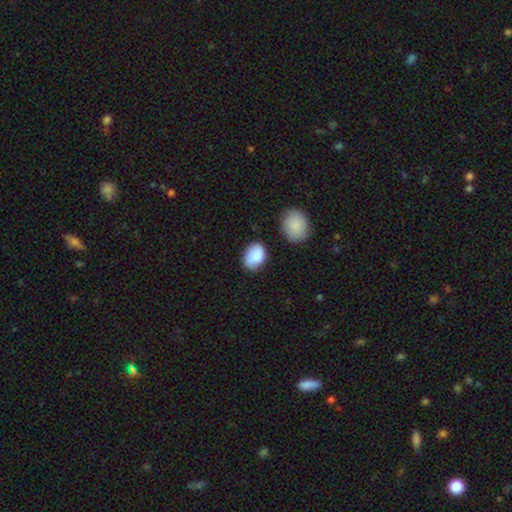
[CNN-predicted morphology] Smooth or featured?
  - smooth: 83% *
  - featured or disk: 10%
  - star or artifact: 7%
How rounded?
  - in between: 78% *
  - round: 21%
  - cigar-shaped: 1%
Merging?
  - none: 66% *
  - minor disturbance: 24%
  - merger: 6%
  - major disturbance: 5%